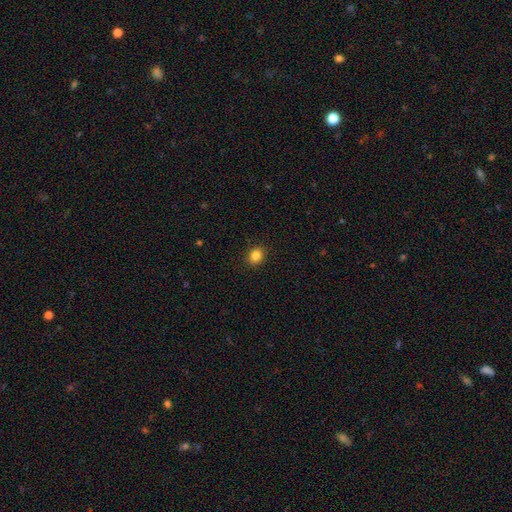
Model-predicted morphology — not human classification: The model was most divided on "how rounded": round: 59%, in between: 40%, cigar-shaped: 1%. More confident: merging — none (91%); smooth or featured — smooth (85%).